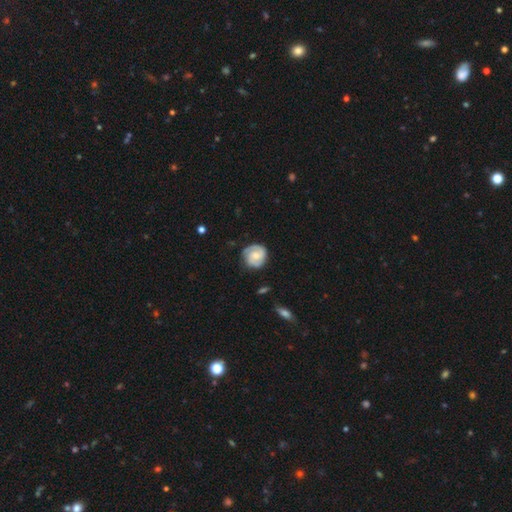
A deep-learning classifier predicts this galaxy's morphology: featured or disk 74%, smooth 21%, star or artifact 5%. Down the decision tree: edge-on disk — no (98%); bar — no (62%); spiral arms — yes (94%); spiral arm count — 2 (73%); spiral winding — tight (62%); bulge size — moderate (53%); merging — none (76%).